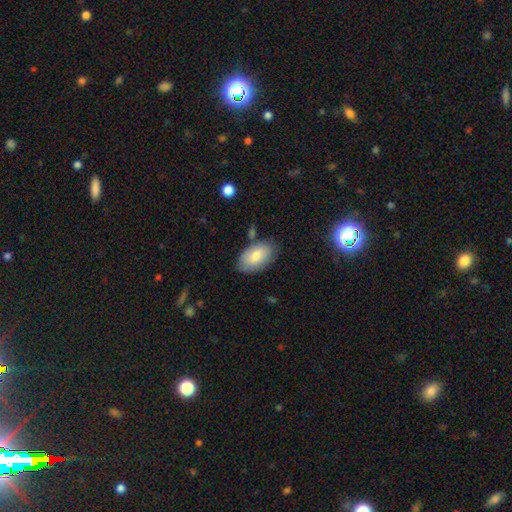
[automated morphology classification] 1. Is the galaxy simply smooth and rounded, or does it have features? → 78% smooth, 16% featured or disk, 6% star or artifact.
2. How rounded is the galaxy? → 94% in between, 4% round, 2% cigar-shaped.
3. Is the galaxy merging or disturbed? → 75% none, 17% minor disturbance, 4% merger, 4% major disturbance.